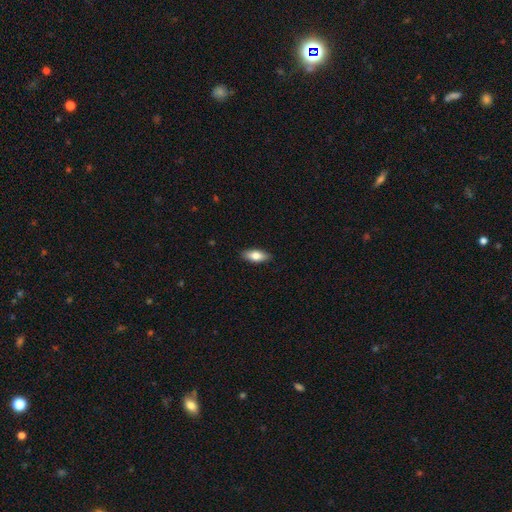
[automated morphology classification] This is likely a smooth galaxy (78%). How rounded: clearly in between (82%). Merging: clearly none (89%).